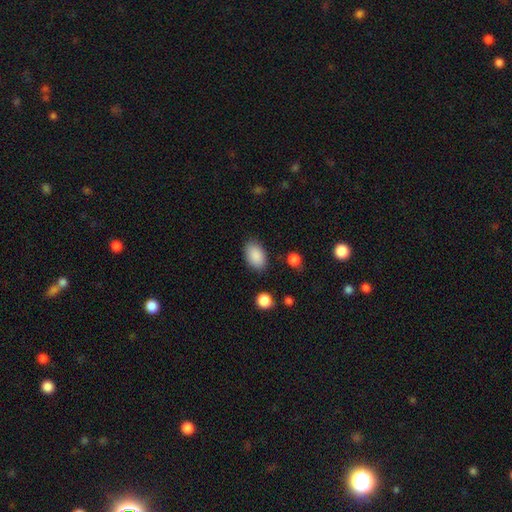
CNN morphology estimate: type=smooth (89%); roundness=in between (90%); merging=none (84%).